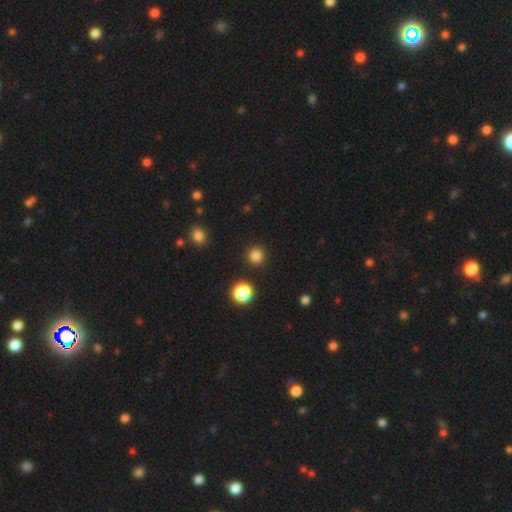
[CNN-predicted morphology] A smooth galaxy with no disk features (82%) that is round (94%). Merging: none (91%).